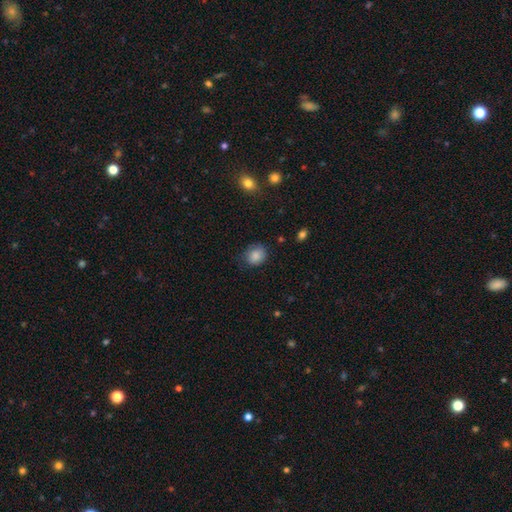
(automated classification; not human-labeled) Overall: smooth (85%). How rounded: round (67%; in between 32%). Merging: none (69%).